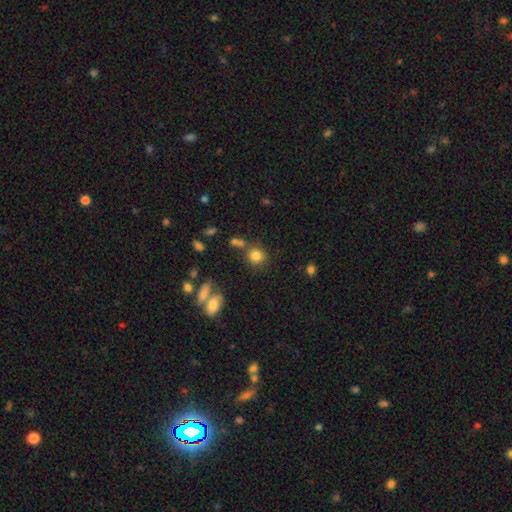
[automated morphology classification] This appears to be a smooth galaxy with no disk features (82%) that is round (82%). Merging: none (71%).